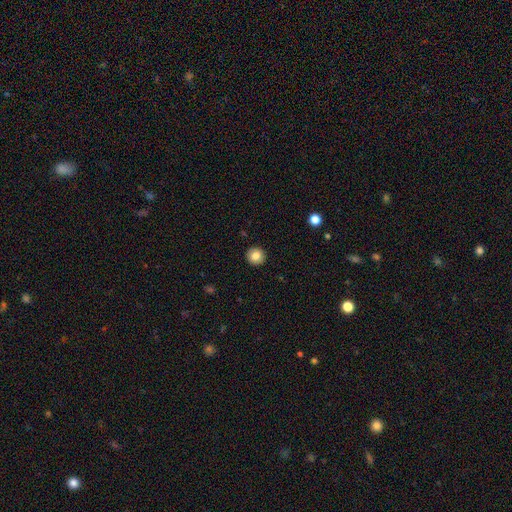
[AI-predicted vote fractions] Overall: smooth (85%). How rounded: round (95%). Merging: none (93%).